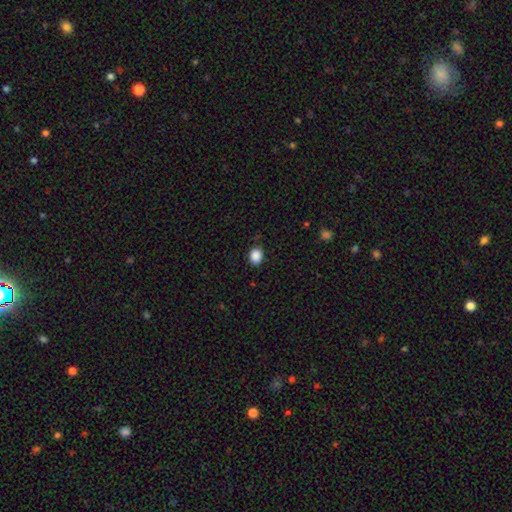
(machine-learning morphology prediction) Smooth or featured?
  - smooth: 88% *
  - star or artifact: 9%
  - featured or disk: 3%
How rounded?
  - in between: 52% *
  - round: 47%
  - cigar-shaped: 1%
Merging?
  - none: 85% *
  - minor disturbance: 12%
  - major disturbance: 3%
  - merger: 1%